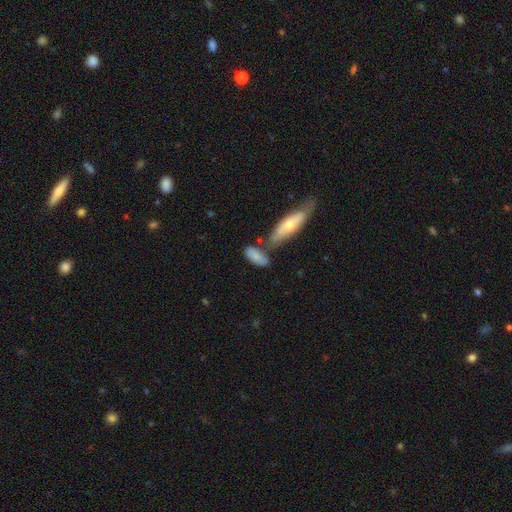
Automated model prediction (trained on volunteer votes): Smooth or featured? smooth (75%)
How rounded? in between (79%)
Merging? none (48%)